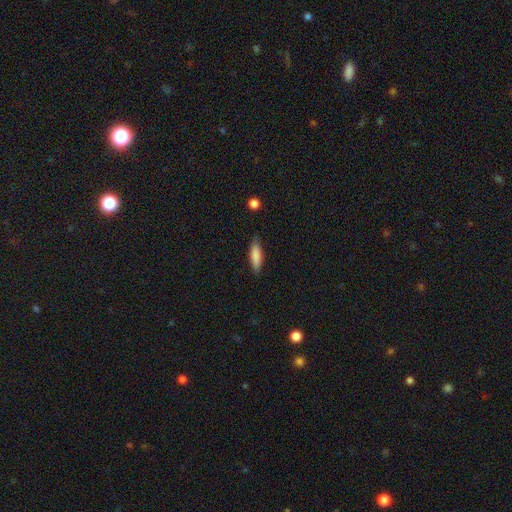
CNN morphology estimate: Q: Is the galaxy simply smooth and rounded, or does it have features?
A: smooth — 82%.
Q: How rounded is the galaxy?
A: cigar-shaped — 59%.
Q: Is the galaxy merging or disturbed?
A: none — 83%.